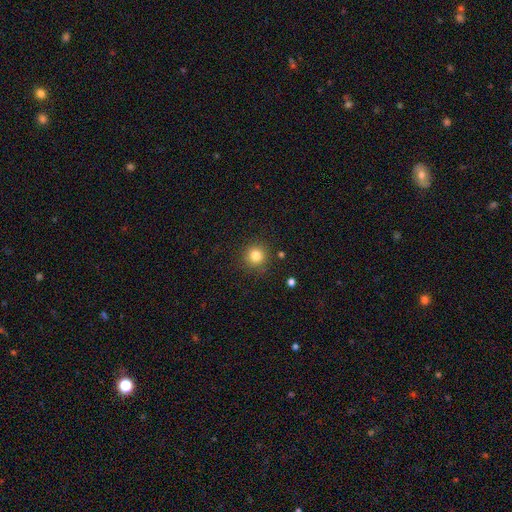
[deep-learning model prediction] Overall: smooth (81%). How rounded: round (95%). Merging: none (89%).